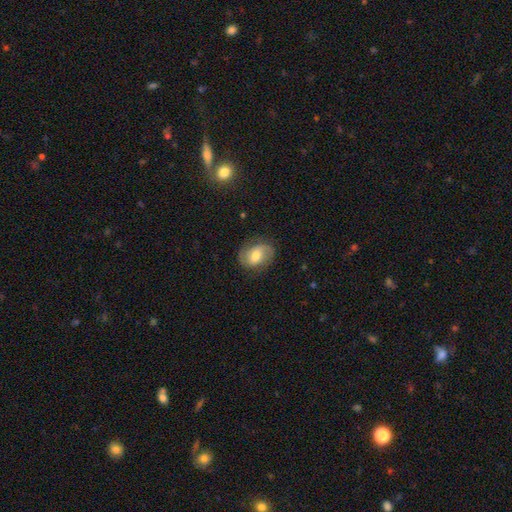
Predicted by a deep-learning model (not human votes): Morphology: type=featured or disk (53%); edge-on=no (96%); bar=weak (45%); spiral arms=yes (82%); bulge=moderate (66%); merging=none (76%).